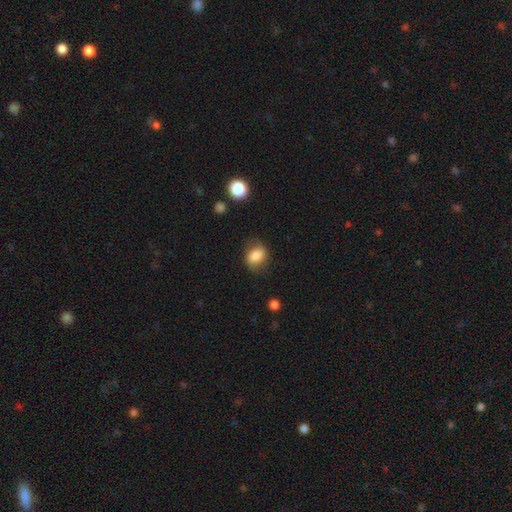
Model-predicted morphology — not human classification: type=smooth (71%); roundness=in between (62%); merging=none (66%).